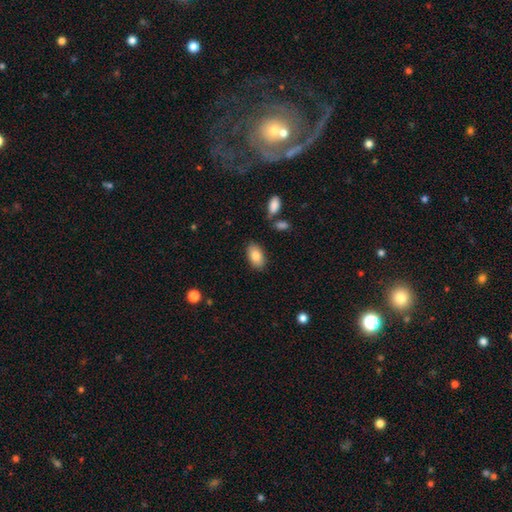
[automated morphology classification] smooth-or-featured: smooth: 83% | featured or disk: 10% | star or artifact: 7%
  how-rounded: in between: 93% | round: 5% | cigar-shaped: 2%
  merging: none: 84% | minor disturbance: 11% | major disturbance: 3% | merger: 3%